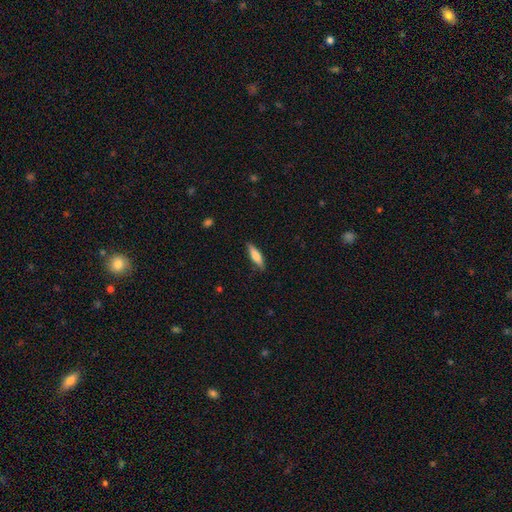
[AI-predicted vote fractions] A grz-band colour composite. It shows a smooth galaxy with no disk features (68%) that is cigar-shaped (68%). Merging: none (85%).